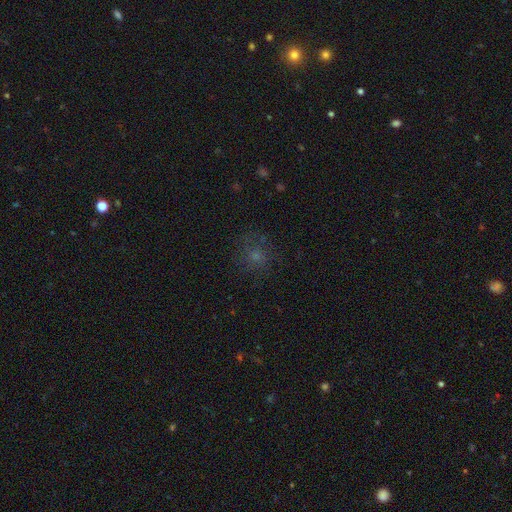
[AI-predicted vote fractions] A smooth galaxy with no disk features (48%). Merging: none (77%).